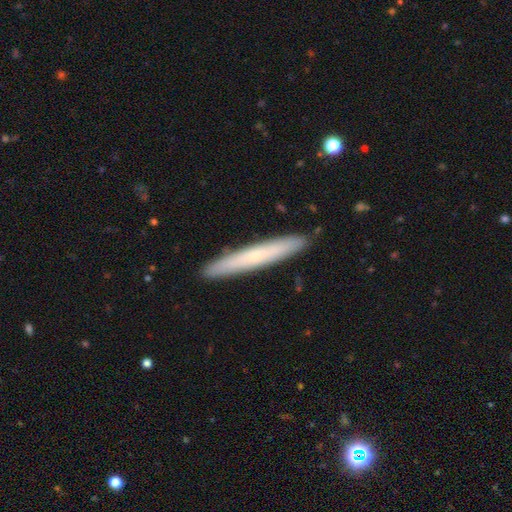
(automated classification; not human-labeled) Smooth or featured: smooth — 60% (featured or disk — 34%)
How rounded: cigar-shaped — 96% (in between — 3%)
Merging: none — 91% (minor disturbance — 7%)